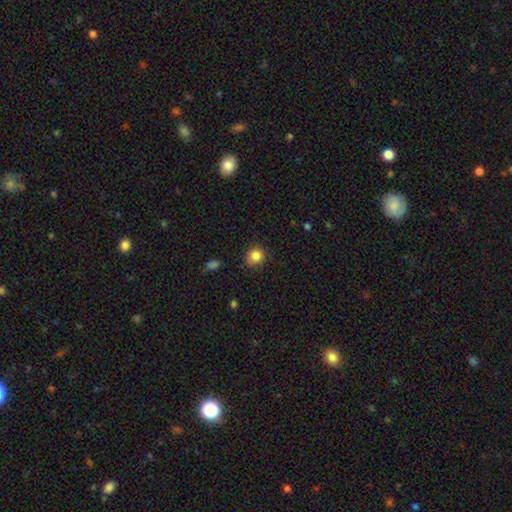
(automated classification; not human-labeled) Smooth or featured? Predicted: smooth (p=0.84). How rounded? Predicted: round (p=0.81). Merging? Predicted: none (p=0.80).